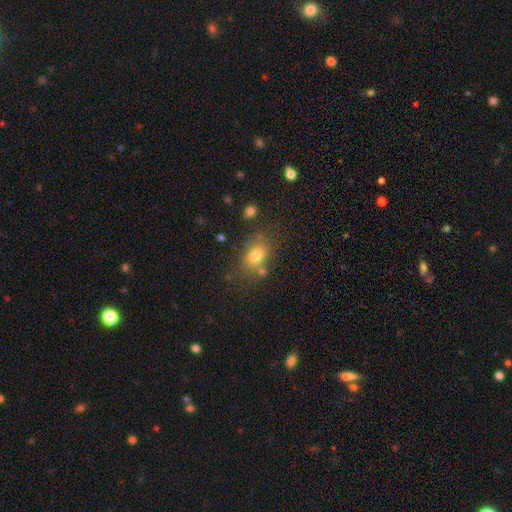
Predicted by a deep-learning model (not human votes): smooth_or_featured: smooth (p=0.76) [alt: featured or disk p=0.12]
how_rounded: in between (p=0.72) [alt: round p=0.26]
merging: none (p=0.65) [alt: minor disturbance p=0.18]